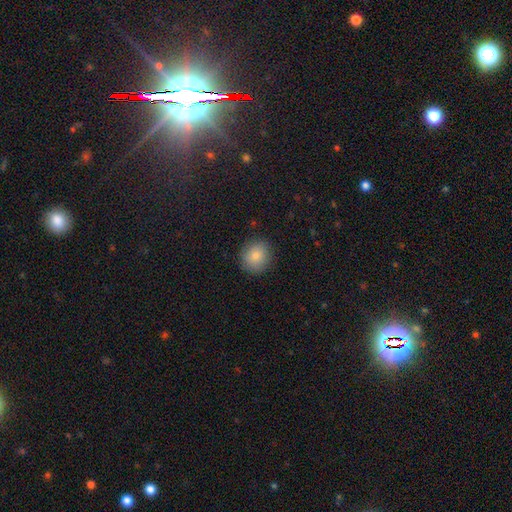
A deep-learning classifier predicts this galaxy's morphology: Smooth or featured?
  - smooth: 82% *
  - star or artifact: 9%
  - featured or disk: 9%
How rounded?
  - round: 84% *
  - in between: 15%
  - cigar-shaped: 1%
Merging?
  - none: 87% *
  - minor disturbance: 9%
  - major disturbance: 3%
  - merger: 1%